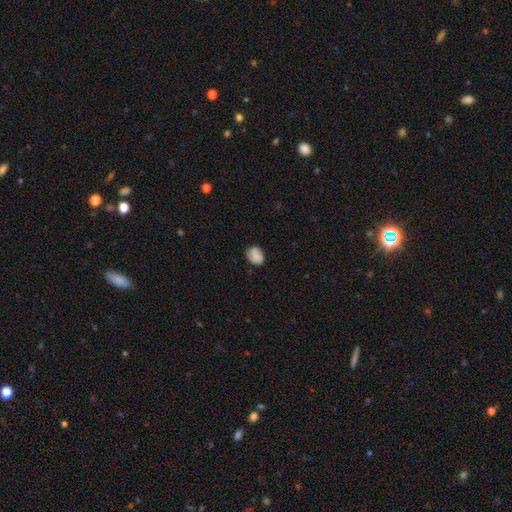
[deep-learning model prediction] A smooth galaxy with no disk features (81%) that is in between round and cigar-shaped (55%). Merging: none (68%).